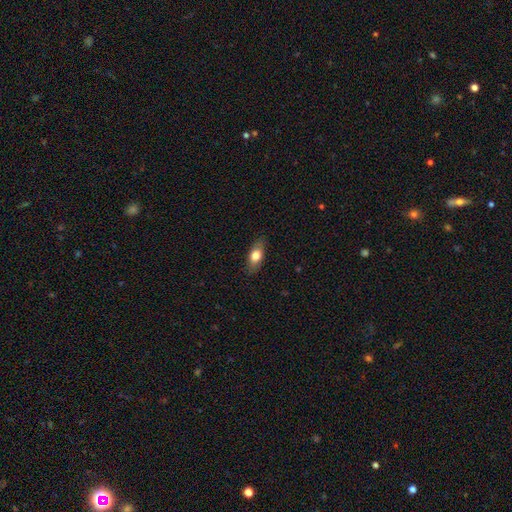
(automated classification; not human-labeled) Smooth or featured?
  - smooth: 74% *
  - featured or disk: 19%
  - star or artifact: 7%
How rounded?
  - in between: 81% *
  - cigar-shaped: 13%
  - round: 6%
Merging?
  - none: 84% *
  - minor disturbance: 12%
  - major disturbance: 3%
  - merger: 1%